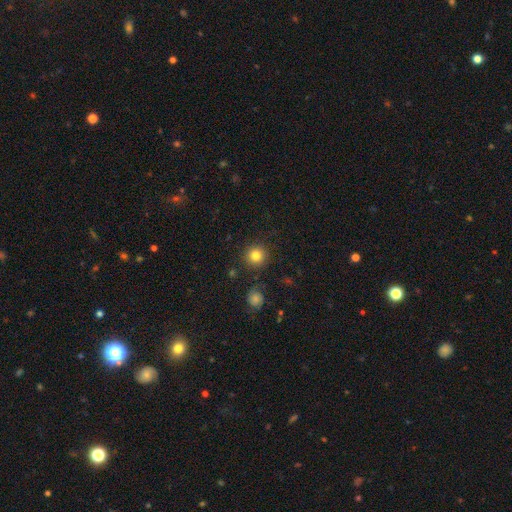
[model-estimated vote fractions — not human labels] Smooth or featured? smooth (82%)
How rounded? round (94%)
Merging? none (89%)